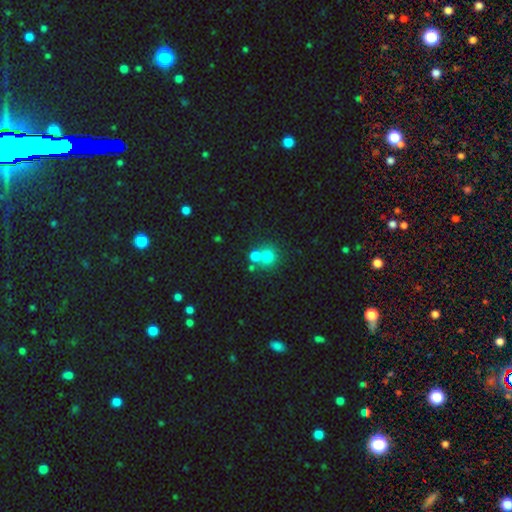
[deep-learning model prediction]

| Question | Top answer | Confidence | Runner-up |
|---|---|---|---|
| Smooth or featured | smooth | 72% | star or artifact (17%) |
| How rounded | round | 86% | in between (13%) |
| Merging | none | 51% | merger (39%) |